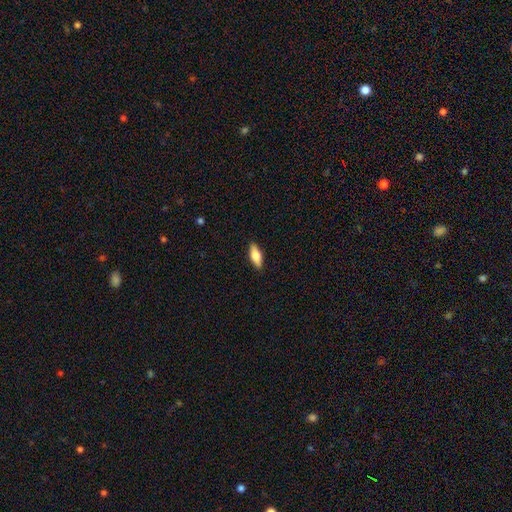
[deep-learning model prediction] Morphology: type=smooth (74%); roundness=in between (72%); merging=none (89%).